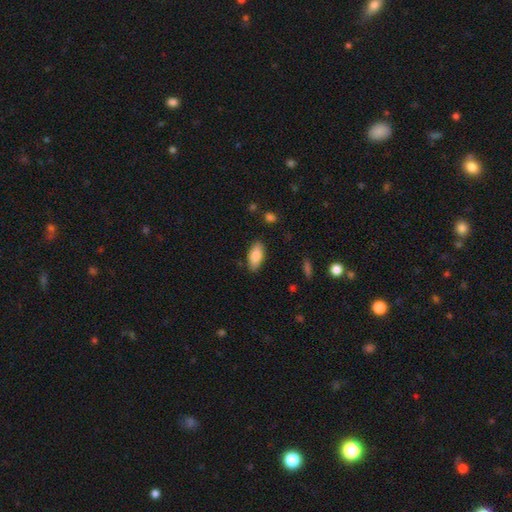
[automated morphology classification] This appears to be a smooth galaxy with no disk features (85%) that is in between round and cigar-shaped (89%). Merging: none (86%).